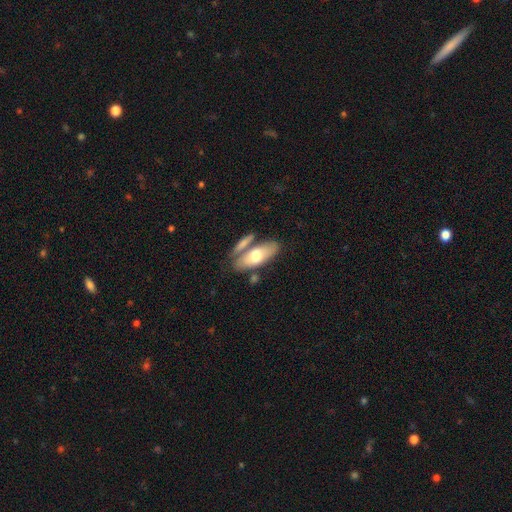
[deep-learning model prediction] smooth_or_featured: smooth (p=0.64) [alt: featured or disk p=0.31]
how_rounded: in between (p=0.78) [alt: cigar-shaped p=0.19]
merging: none (p=0.56) [alt: merger p=0.26]